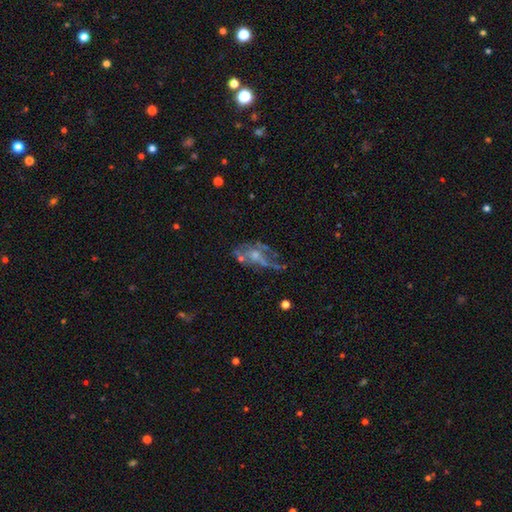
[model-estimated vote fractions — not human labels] Overall: featured or disk (65%). Edge-on disk: no (94%). Bar: no (82%). Spiral arms: no (66%; yes 34%). Bulge size: small (45%; moderate 32%). Merging: major disturbance (36%; none 33%).